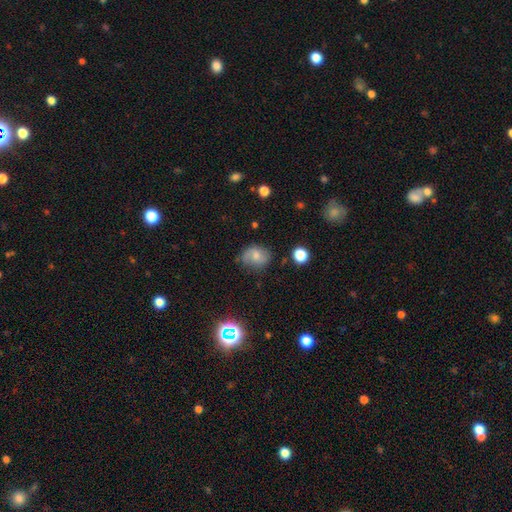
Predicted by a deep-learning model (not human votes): A smooth galaxy with no disk features (58%) that is round (56%).

Vote fractions:
- Smooth or featured? smooth: 58% / featured or disk: 30% / star or artifact: 12%
- How rounded? round: 56% / in between: 43% / cigar-shaped: 1%
- Merging? none: 67% / minor disturbance: 24% / major disturbance: 7% / merger: 2%